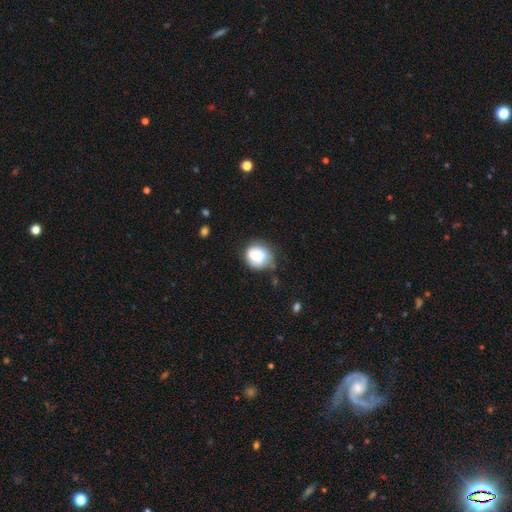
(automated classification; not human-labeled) smooth-or-featured: smooth: 69% | featured or disk: 22% | star or artifact: 8%
  how-rounded: round: 77% | in between: 22% | cigar-shaped: 1%
  merging: none: 53% | minor disturbance: 32% | major disturbance: 11% | merger: 4%